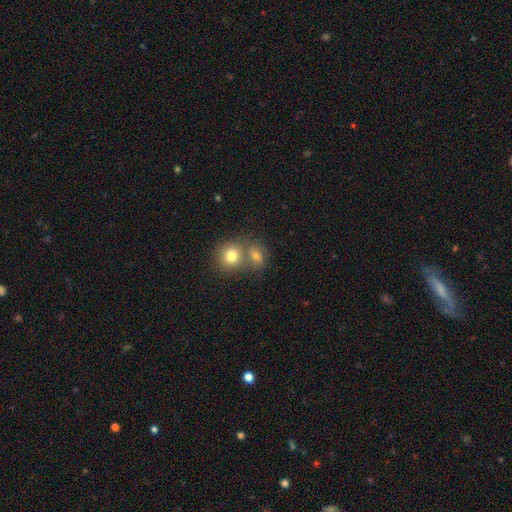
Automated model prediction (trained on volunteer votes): Smooth or featured? Predicted: smooth (p=0.72). How rounded? Predicted: round (p=0.56). Merging? Predicted: merger (p=0.48).